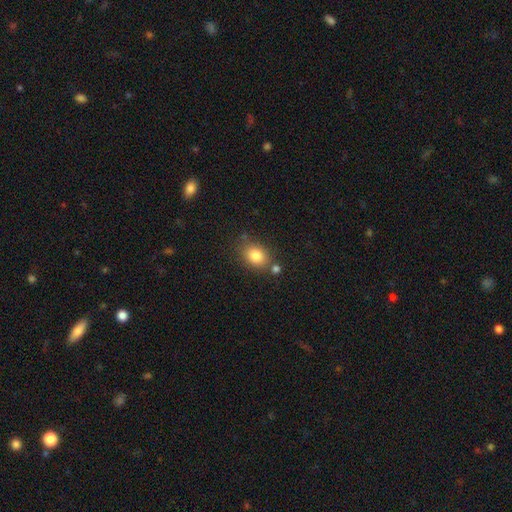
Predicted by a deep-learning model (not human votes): A smooth galaxy with no disk features (82%) that is in between round and cigar-shaped (58%).

Vote fractions:
- Smooth or featured? smooth: 82% / star or artifact: 10% / featured or disk: 9%
- How rounded? in between: 58% / round: 41% / cigar-shaped: 1%
- Merging? none: 69% / minor disturbance: 14% / merger: 12% / major disturbance: 4%